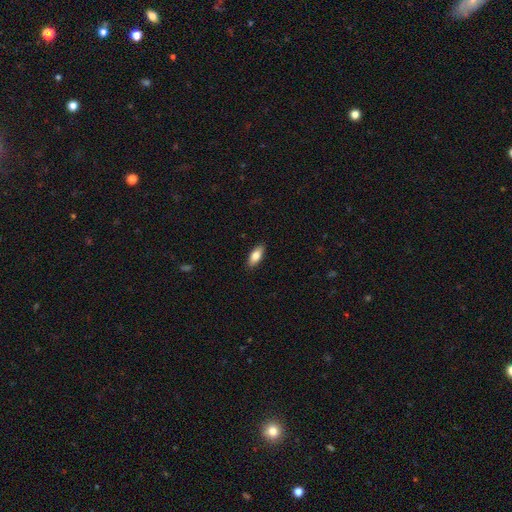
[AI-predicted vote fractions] A smooth galaxy with no disk features (80%) that is in between round and cigar-shaped (81%).

Vote fractions:
- Smooth or featured? smooth: 80% / featured or disk: 13% / star or artifact: 7%
- How rounded? in between: 81% / cigar-shaped: 17% / round: 2%
- Merging? none: 89% / minor disturbance: 8% / major disturbance: 2% / merger: 1%